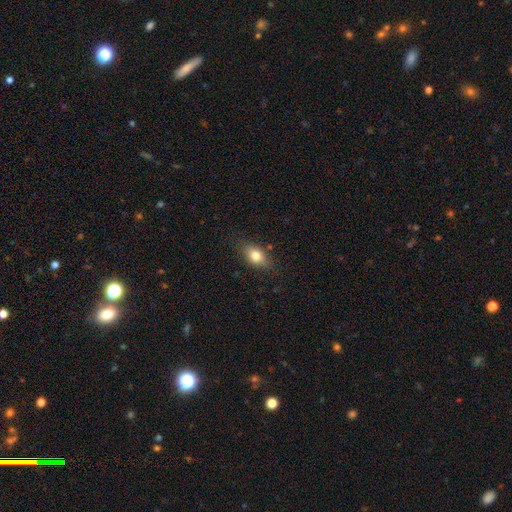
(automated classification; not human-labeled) Smooth or featured? smooth (78%)
How rounded? in between (83%)
Merging? none (81%)